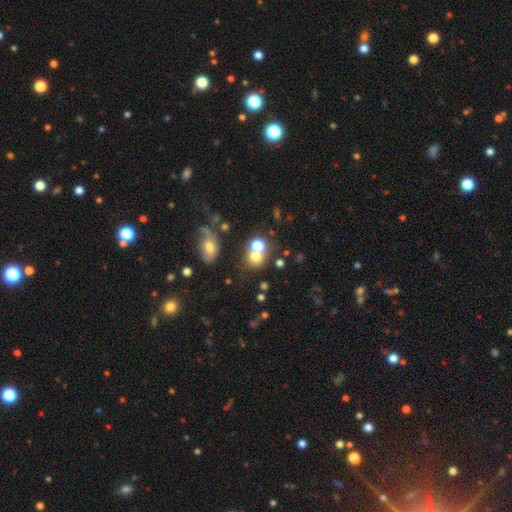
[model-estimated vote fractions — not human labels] This is likely a smooth galaxy (68%). How rounded: likely round (72%). Merging: possibly merger (46%).